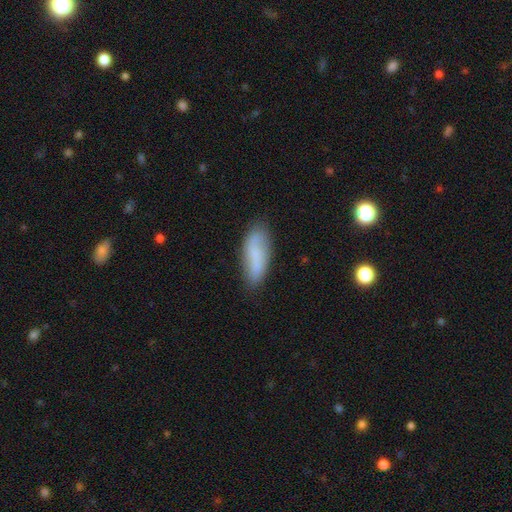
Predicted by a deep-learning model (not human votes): smooth 71%, featured or disk 21%, star or artifact 8%. Down the decision tree: how rounded — in between (63%); merging — none (73%).